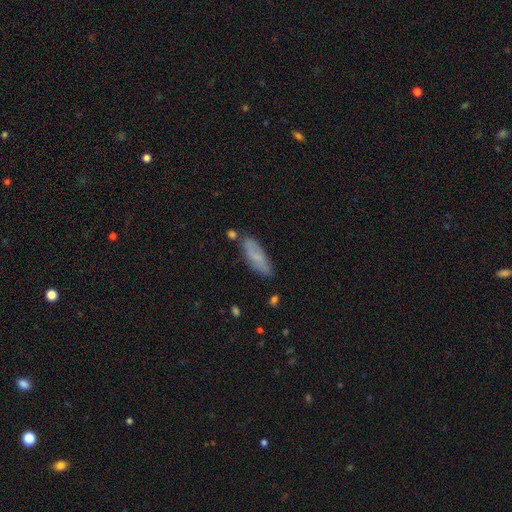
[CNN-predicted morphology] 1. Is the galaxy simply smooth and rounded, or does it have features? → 74% smooth, 19% featured or disk, 8% star or artifact.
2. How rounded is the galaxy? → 58% in between, 41% cigar-shaped, 2% round.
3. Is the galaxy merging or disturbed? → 73% none, 18% minor disturbance, 5% merger, 4% major disturbance.